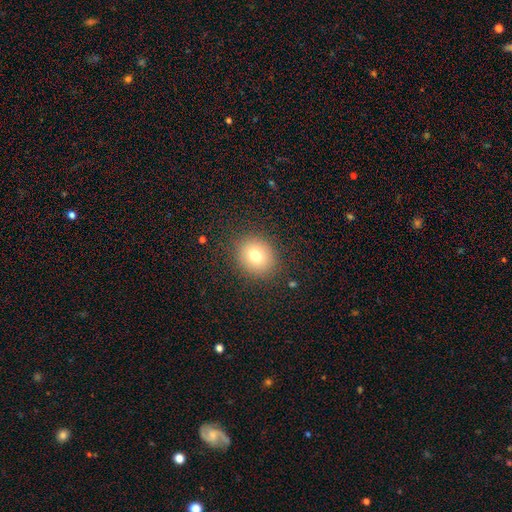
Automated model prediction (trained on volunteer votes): This appears to be a smooth galaxy with no disk features (76%) that is round (73%). Merging: none (87%).